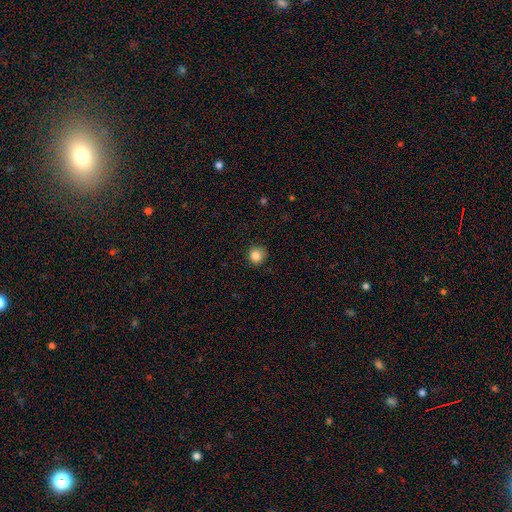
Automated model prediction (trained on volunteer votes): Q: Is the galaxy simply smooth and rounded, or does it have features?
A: smooth — 85%.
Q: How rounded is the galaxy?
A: round — 93%.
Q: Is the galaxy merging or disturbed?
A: none — 87%.